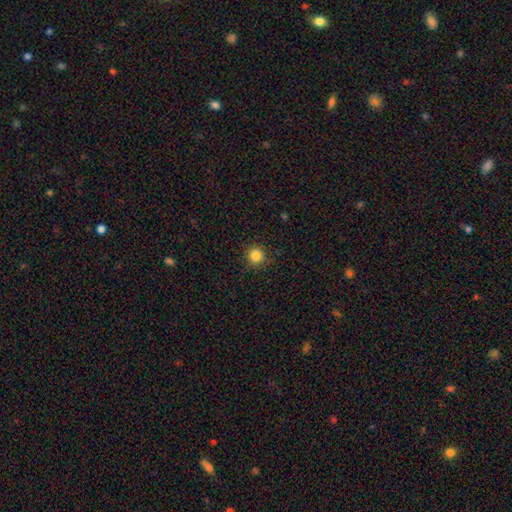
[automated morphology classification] Q: Smooth or featured?
A: smooth (84%); runner-up: star or artifact (12%)
Q: How rounded?
A: round (95%); runner-up: in between (4%)
Q: Merging?
A: none (89%); runner-up: minor disturbance (8%)